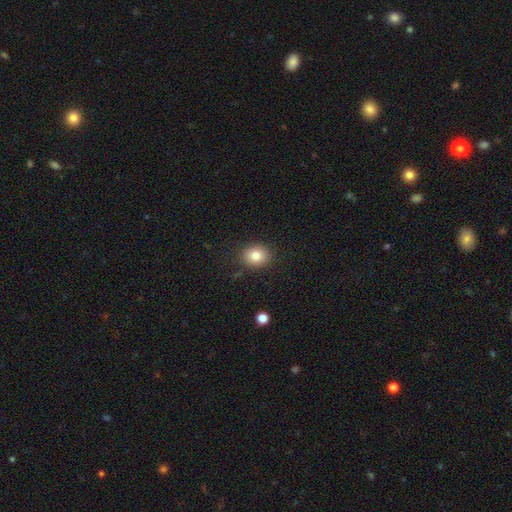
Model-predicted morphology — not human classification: Overall: smooth (82%). How rounded: round (72%). Merging: none (86%).